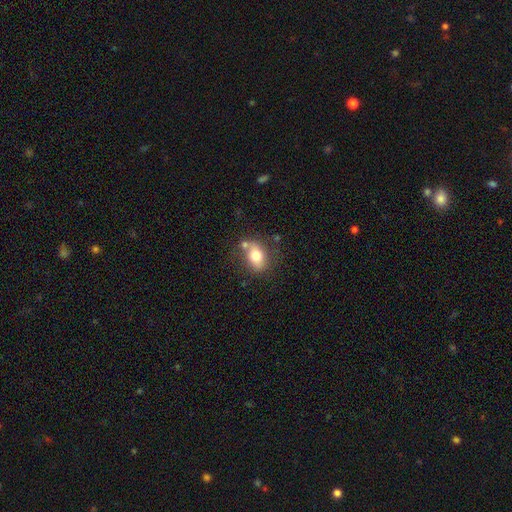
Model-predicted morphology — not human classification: This is likely a smooth galaxy (73%). How rounded: likely in between (75%). Merging: possibly none (59%).